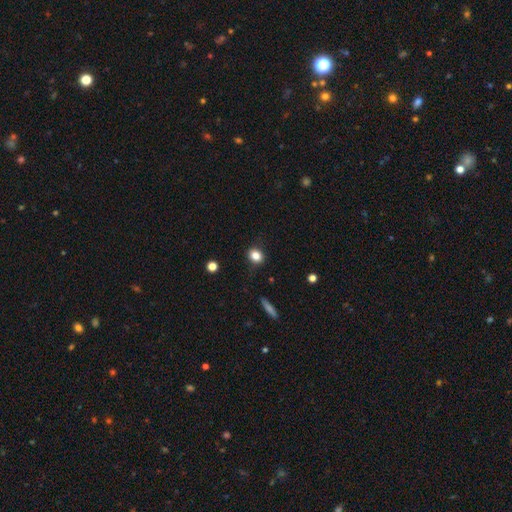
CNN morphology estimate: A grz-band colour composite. It shows a smooth galaxy with no disk features (83%) that is round (62%). Merging: none (84%).